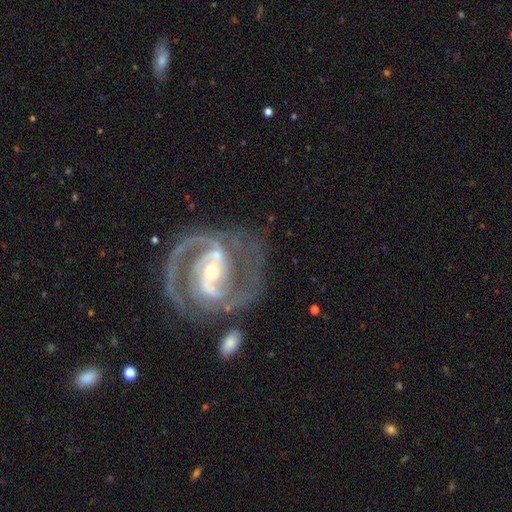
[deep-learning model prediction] Overall: featured or disk (92%). Edge-on disk: no (97%). Bar: strong (52%; weak 32%). Spiral arms: yes (98%). Spiral arm count: 2 (88%). Spiral winding: medium (54%; tight 38%). Bulge size: small (52%; moderate 43%). Merging: none (67%).